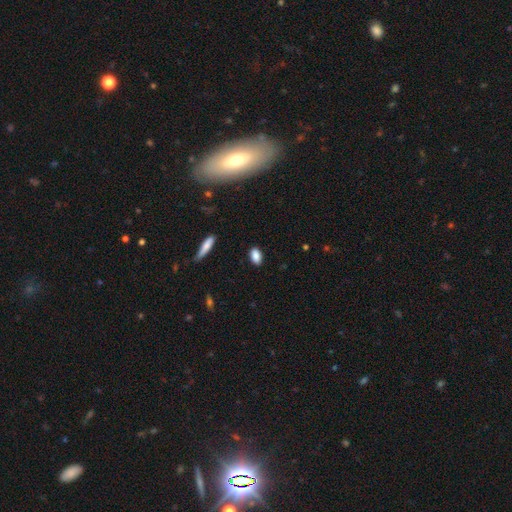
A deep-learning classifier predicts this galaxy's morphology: type=smooth (88%); roundness=in between (90%); merging=none (87%).